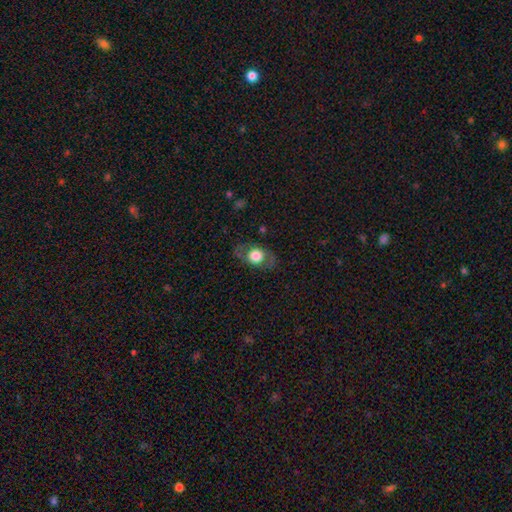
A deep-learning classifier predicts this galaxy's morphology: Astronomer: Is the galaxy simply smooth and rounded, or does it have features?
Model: smooth — 58% (runner-up: featured or disk, 35%).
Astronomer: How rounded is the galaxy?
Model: in between — 53% (runner-up: round, 45%).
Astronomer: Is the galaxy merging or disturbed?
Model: none — 78%.